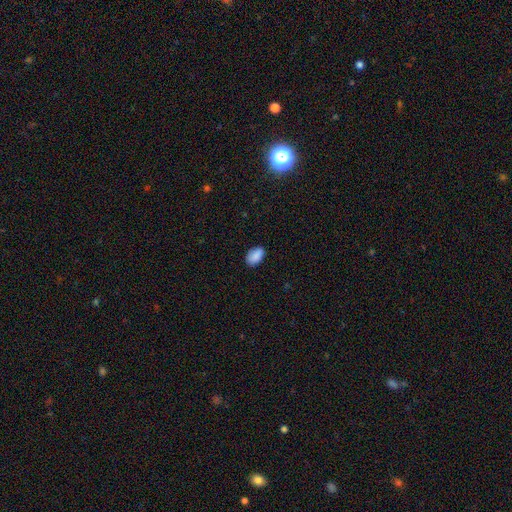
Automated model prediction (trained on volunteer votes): This appears to be a smooth galaxy with no disk features (89%) that is in between round and cigar-shaped (91%). Merging: none (83%).